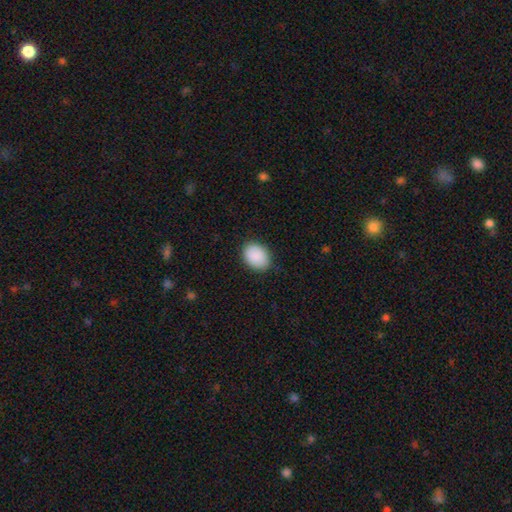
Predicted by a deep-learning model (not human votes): smooth_or_featured: smooth (p=0.90) [alt: star or artifact p=0.06]
how_rounded: in between (p=0.69) [alt: round p=0.30]
merging: none (p=0.86) [alt: minor disturbance p=0.10]